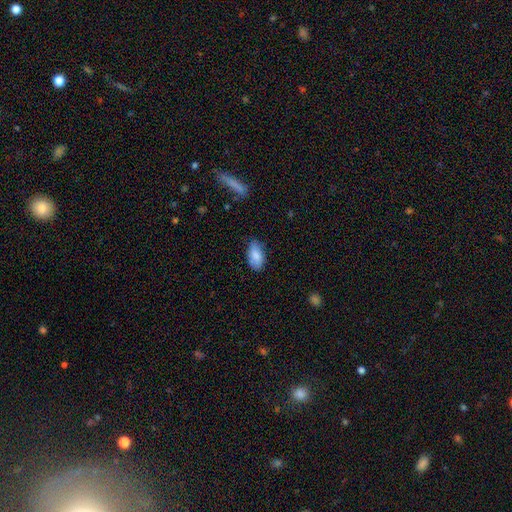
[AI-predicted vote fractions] smooth_or_featured: smooth (p=0.85) [alt: featured or disk p=0.09]
how_rounded: in between (p=0.93) [alt: round p=0.04]
merging: none (p=0.72) [alt: minor disturbance p=0.23]